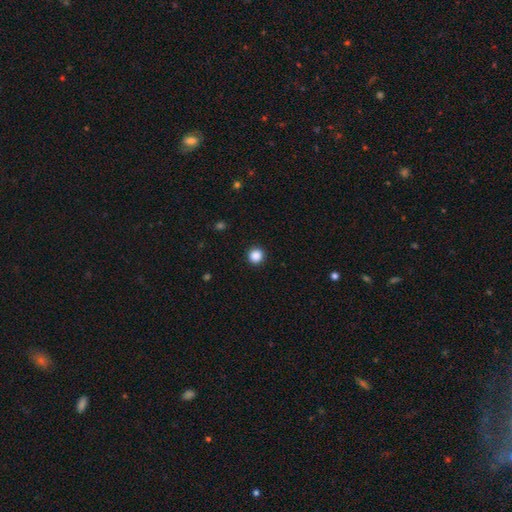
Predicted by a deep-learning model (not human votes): A smooth galaxy with no disk features (88%) that is round (94%). Merging: none (92%).